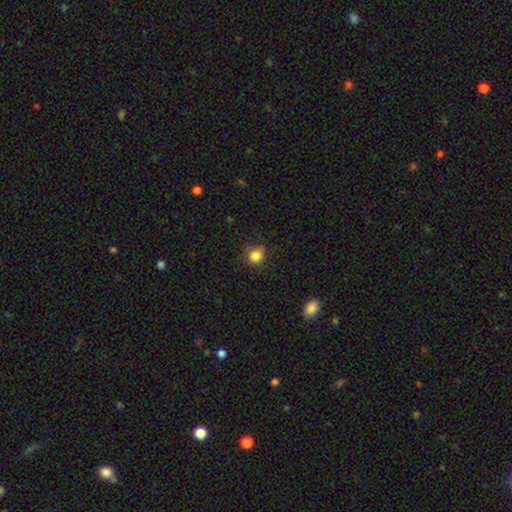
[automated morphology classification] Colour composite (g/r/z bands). It shows a smooth galaxy with no disk features (83%) that is round (77%). Merging: none (80%).